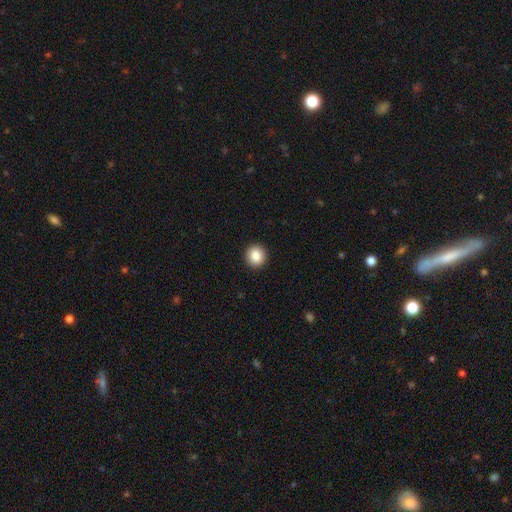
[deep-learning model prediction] Smooth or featured?
  - smooth: 87% *
  - star or artifact: 9%
  - featured or disk: 5%
How rounded?
  - round: 91% *
  - in between: 8%
  - cigar-shaped: 1%
Merging?
  - none: 93% *
  - minor disturbance: 4%
  - major disturbance: 2%
  - merger: 1%